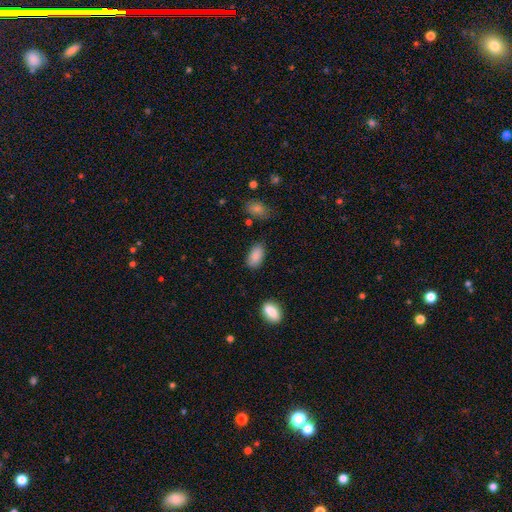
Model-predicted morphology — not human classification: Smooth or featured: smooth — 88% (star or artifact — 7%)
How rounded: in between — 94% (round — 4%)
Merging: none — 81% (minor disturbance — 13%)